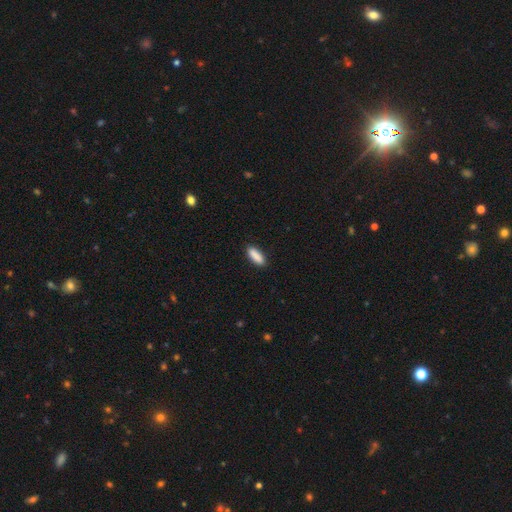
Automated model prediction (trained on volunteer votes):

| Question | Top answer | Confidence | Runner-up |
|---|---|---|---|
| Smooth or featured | smooth | 89% | star or artifact (6%) |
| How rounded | in between | 59% | cigar-shaped (39%) |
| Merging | none | 89% | minor disturbance (8%) |